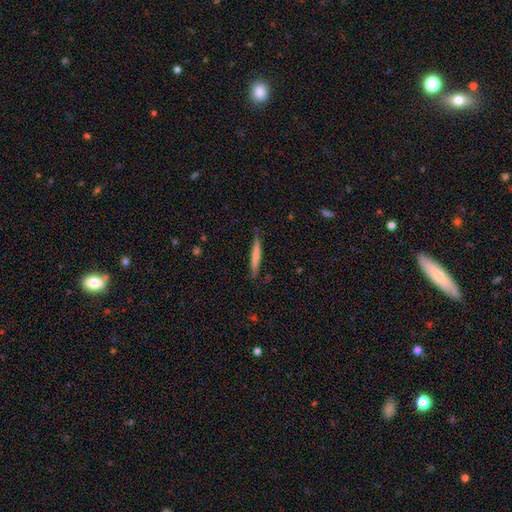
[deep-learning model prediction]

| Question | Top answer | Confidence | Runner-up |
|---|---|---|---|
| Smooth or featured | smooth | 63% | featured or disk (31%) |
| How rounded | cigar-shaped | 95% | in between (4%) |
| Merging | none | 84% | minor disturbance (12%) |